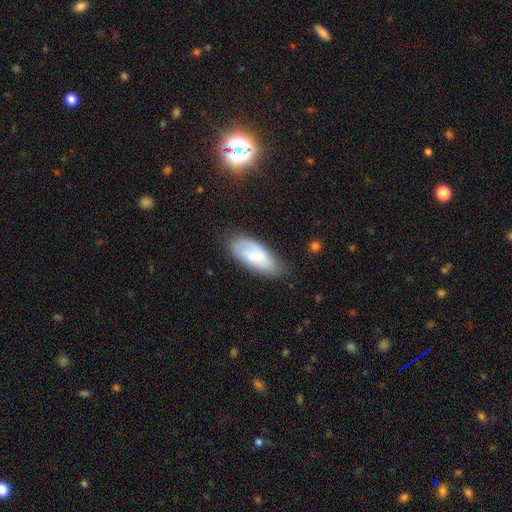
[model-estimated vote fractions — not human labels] Q: Smooth or featured?
A: smooth (59%); runner-up: featured or disk (34%)
Q: How rounded?
A: in between (85%); runner-up: cigar-shaped (13%)
Q: Merging?
A: none (74%); runner-up: minor disturbance (20%)